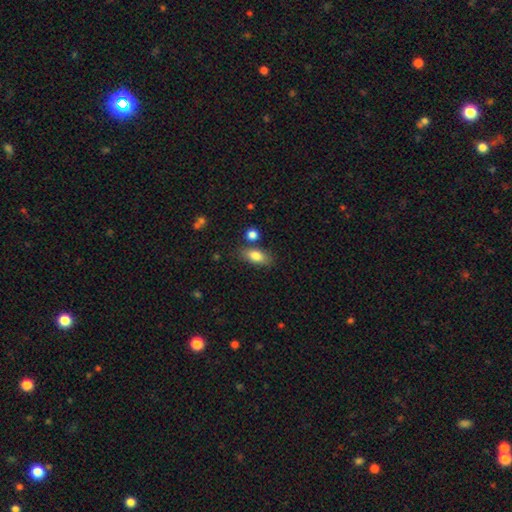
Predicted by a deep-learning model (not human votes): Smooth or featured? Predicted: smooth (p=0.83). How rounded? Predicted: in between (p=0.84). Merging? Predicted: none (p=0.74).